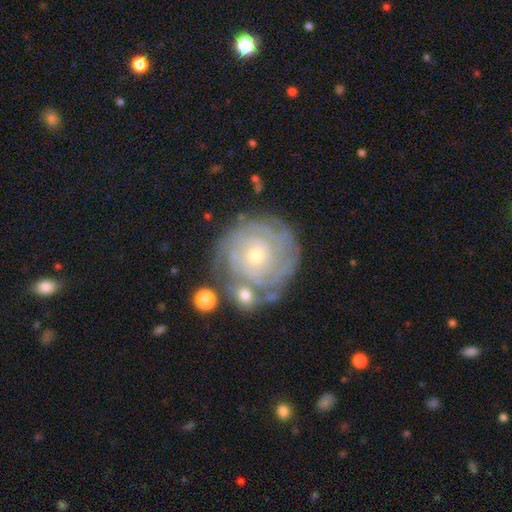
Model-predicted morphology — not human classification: Overall: featured or disk (81%). Edge-on disk: no (98%). Bar: no (82%). Spiral arms: yes (92%). Spiral arm count: can't tell (42%; 4 17%). Spiral winding: tight (83%). Bulge size: small (70%). Merging: none (72%).